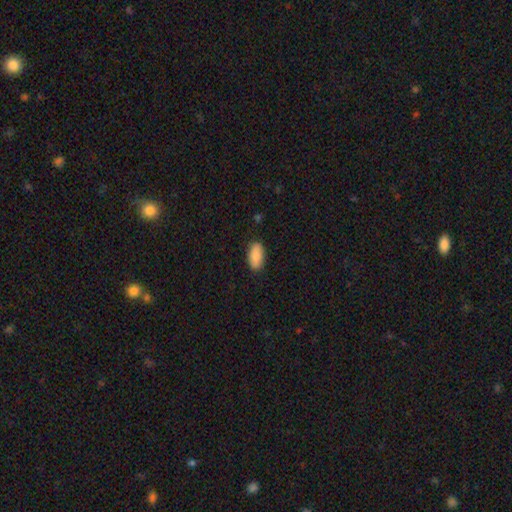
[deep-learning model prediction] A smooth galaxy with no disk features (88%) that is in between round and cigar-shaped (93%).

Vote fractions:
- Smooth or featured? smooth: 88% / star or artifact: 6% / featured or disk: 6%
- How rounded? in between: 93% / cigar-shaped: 5% / round: 3%
- Merging? none: 88% / minor disturbance: 9% / major disturbance: 2% / merger: 1%